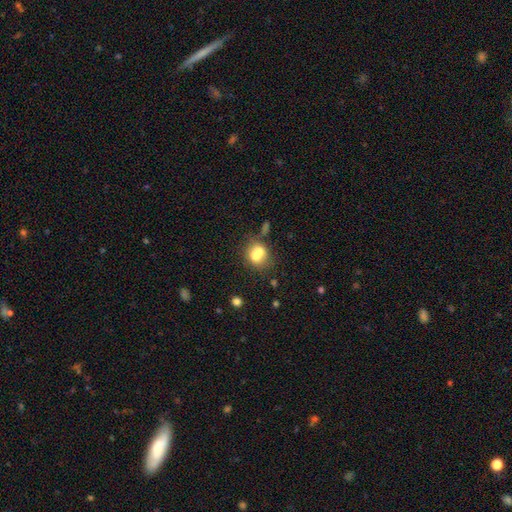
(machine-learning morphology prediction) Smooth or featured? Predicted: smooth (p=0.67). How rounded? Predicted: round (p=0.70). Merging? Predicted: merger (p=0.55).